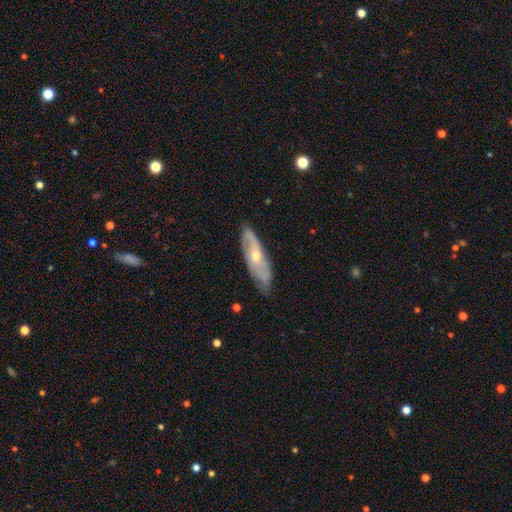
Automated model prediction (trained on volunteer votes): A featured or disk galaxy (67%). Merging: none (76%).